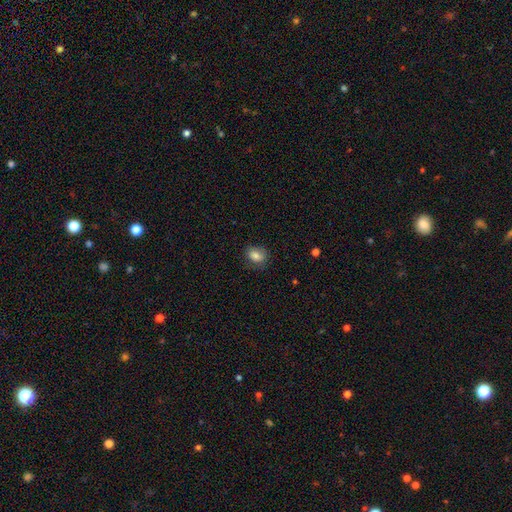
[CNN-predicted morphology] smooth 79%, featured or disk 11%, star or artifact 10%. Down the decision tree: how rounded — in between (62%); merging — none (77%).